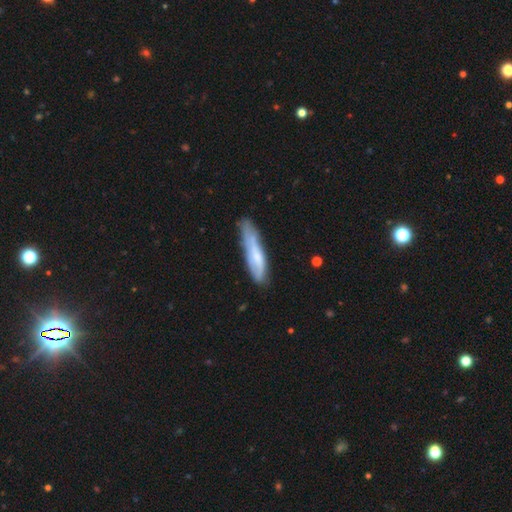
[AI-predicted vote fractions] A smooth galaxy with no disk features (58%) that is cigar-shaped (78%). Merging: none (58%).